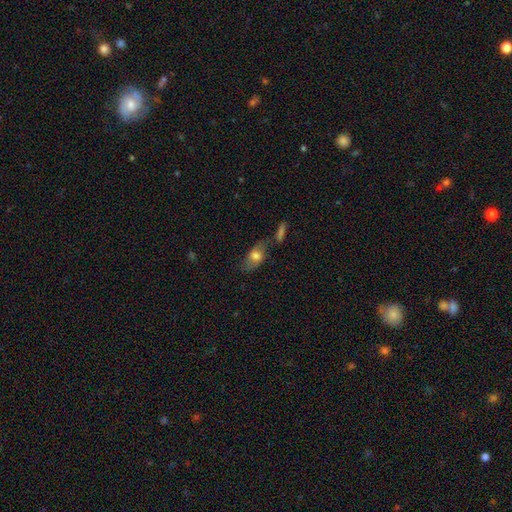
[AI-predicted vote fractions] Q: Smooth or featured?
A: smooth (65%); runner-up: featured or disk (27%)
Q: How rounded?
A: in between (83%); runner-up: cigar-shaped (9%)
Q: Merging?
A: none (57%); runner-up: minor disturbance (20%)